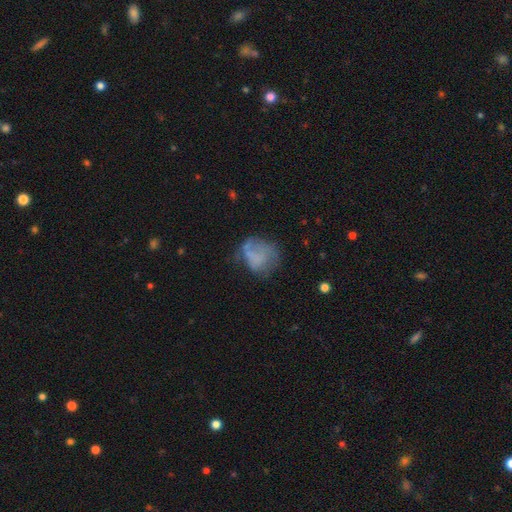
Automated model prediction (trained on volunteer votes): Smooth or featured? Predicted: smooth (p=0.58). How rounded? Predicted: round (p=0.57). Merging? Predicted: none (p=0.36).